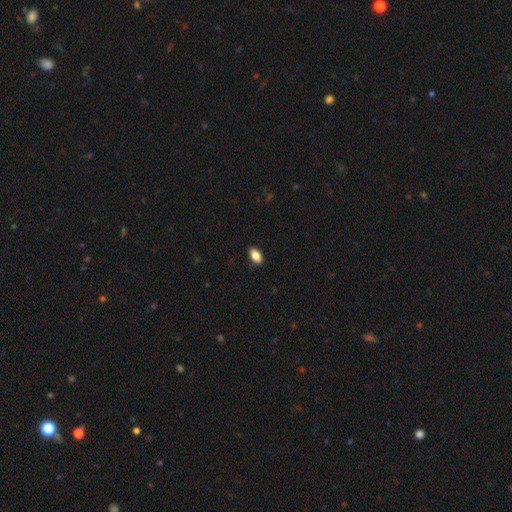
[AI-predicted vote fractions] Smooth or featured? smooth (87%)
How rounded? in between (91%)
Merging? none (89%)